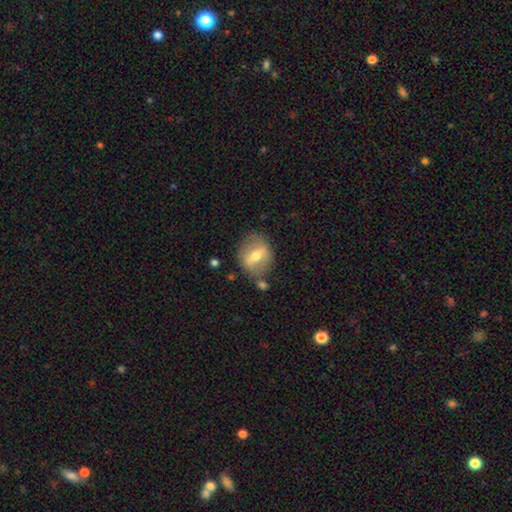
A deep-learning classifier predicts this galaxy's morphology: Smooth or featured?
  - featured or disk: 49% *
  - smooth: 44%
  - star or artifact: 8%
Merging?
  - none: 73% *
  - minor disturbance: 15%
  - merger: 7%
  - major disturbance: 5%